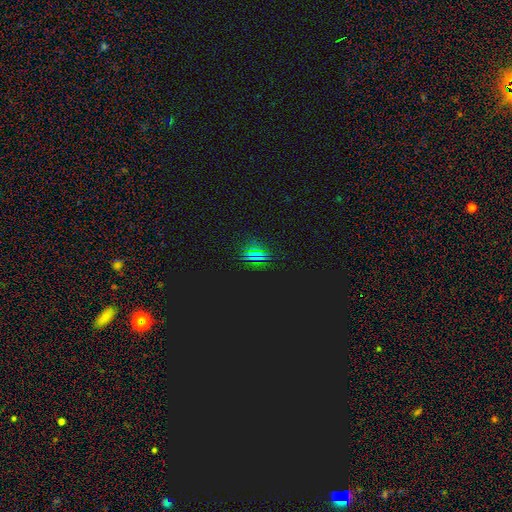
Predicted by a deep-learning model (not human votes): A star or artifact, not a galaxy (71%).

Vote fractions:
- Smooth or featured? star or artifact: 71% / smooth: 22% / featured or disk: 8%